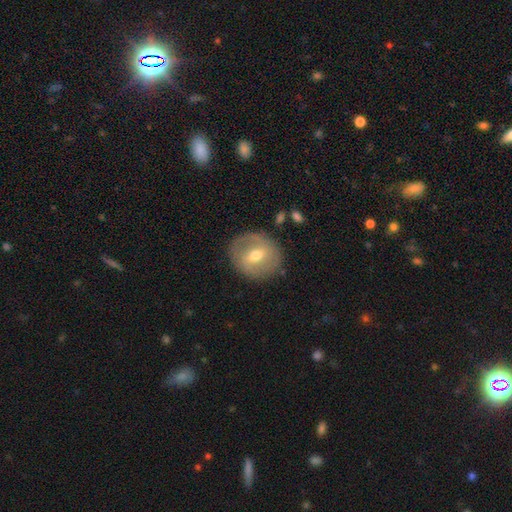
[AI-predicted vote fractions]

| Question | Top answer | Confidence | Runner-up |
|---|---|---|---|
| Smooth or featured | featured or disk | 53% | smooth (40%) |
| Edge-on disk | no | 94% | yes (6%) |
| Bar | weak | 52% | strong (26%) |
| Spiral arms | no | 54% | yes (46%) |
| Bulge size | moderate | 70% | small (24%) |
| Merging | none | 83% | minor disturbance (11%) |